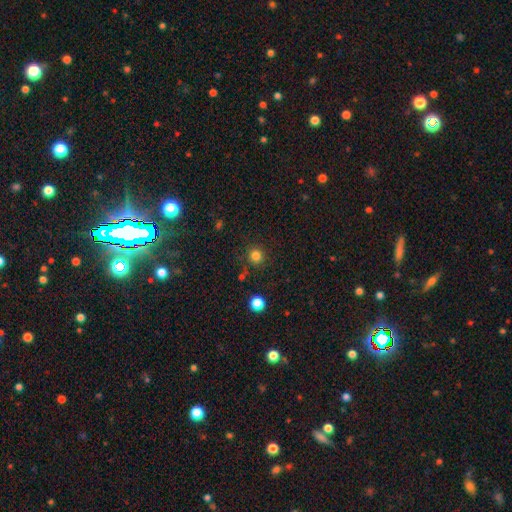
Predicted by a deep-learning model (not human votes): Smooth or featured: smooth — 81% (star or artifact — 14%)
How rounded: round — 93% (in between — 6%)
Merging: none — 86% (minor disturbance — 8%)